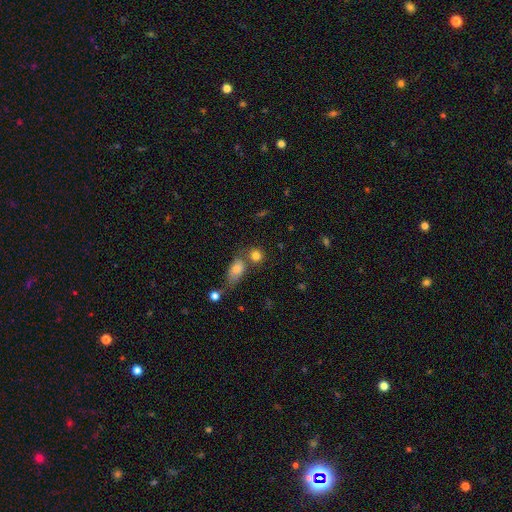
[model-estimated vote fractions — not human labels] Overall: smooth (81%). How rounded: round (69%; in between 29%). Merging: none (54%; merger 30%).